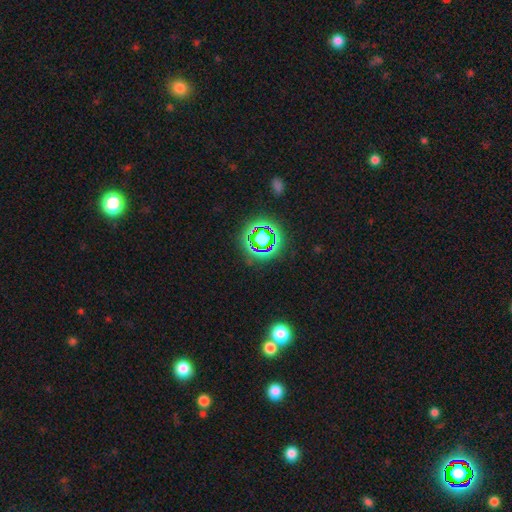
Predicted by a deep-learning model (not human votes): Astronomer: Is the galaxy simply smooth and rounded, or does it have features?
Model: star or artifact — 73%.